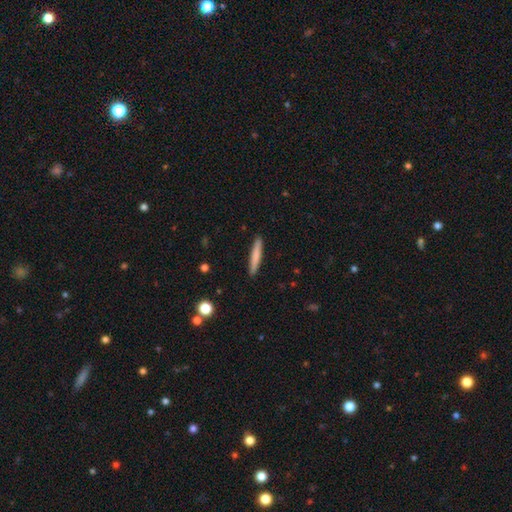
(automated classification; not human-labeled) smooth 75%, featured or disk 19%, star or artifact 5%. Down the decision tree: how rounded — cigar-shaped (95%); merging — none (91%).